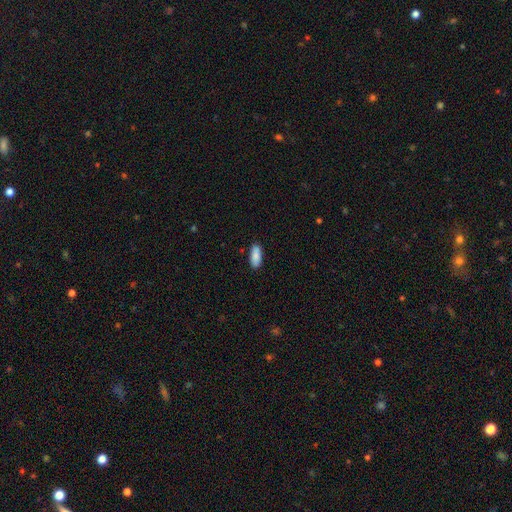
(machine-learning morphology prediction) smooth_or_featured: smooth (p=0.88) [alt: star or artifact p=0.06]
how_rounded: in between (p=0.81) [alt: cigar-shaped p=0.17]
merging: none (p=0.87) [alt: minor disturbance p=0.10]